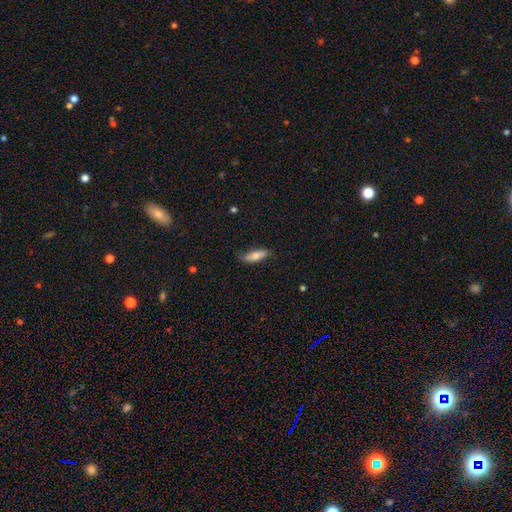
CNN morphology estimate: Smooth or featured?
  - smooth: 73% *
  - featured or disk: 21%
  - star or artifact: 6%
How rounded?
  - in between: 57% *
  - cigar-shaped: 40%
  - round: 2%
Merging?
  - none: 72% *
  - minor disturbance: 22%
  - major disturbance: 4%
  - merger: 1%